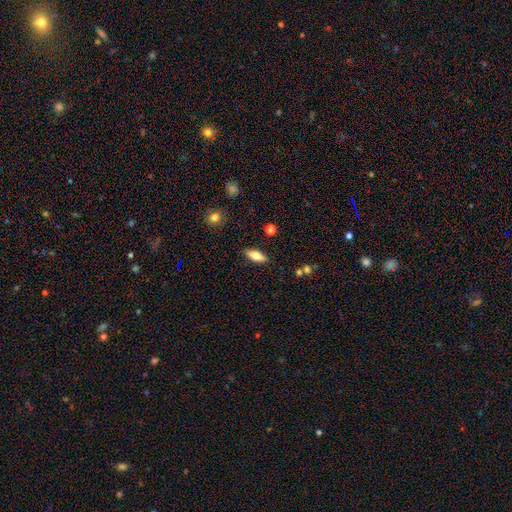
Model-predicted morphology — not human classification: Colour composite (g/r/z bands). It shows a smooth galaxy with no disk features (65%) that is in between round and cigar-shaped (69%). Merging: none (87%).